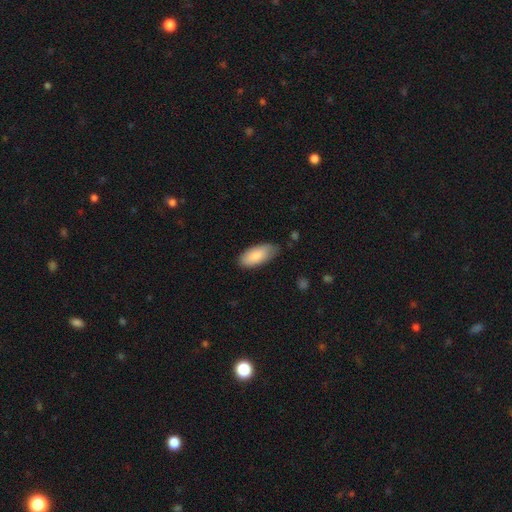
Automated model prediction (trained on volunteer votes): Morphology: type=smooth (85%); roundness=in between (89%); merging=none (71%).